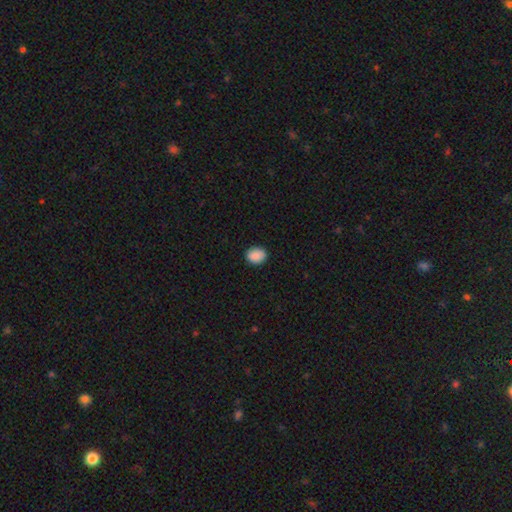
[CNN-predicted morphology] Smooth or featured? Predicted: smooth (p=0.89). How rounded? Predicted: round (p=0.51). Merging? Predicted: none (p=0.88).